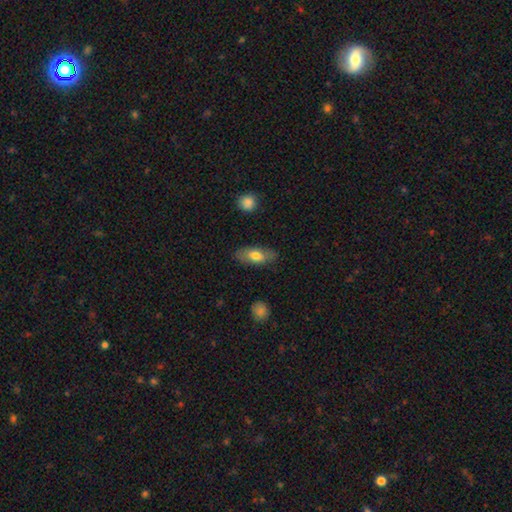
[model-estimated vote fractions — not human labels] The model was most divided on "smooth or featured": smooth: 71%, featured or disk: 23%, star or artifact: 6%. More confident: how rounded — in between (83%); merging — none (82%).